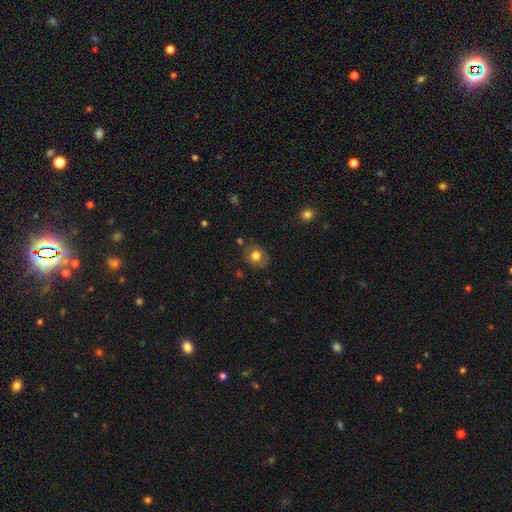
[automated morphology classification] Smooth or featured? smooth (76%)
How rounded? round (66%)
Merging? none (79%)